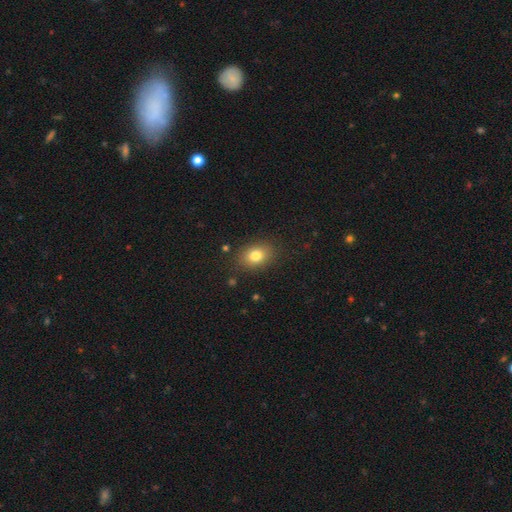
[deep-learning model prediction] Smooth or featured? Predicted: smooth (p=0.80). How rounded? Predicted: in between (p=0.67). Merging? Predicted: none (p=0.85).